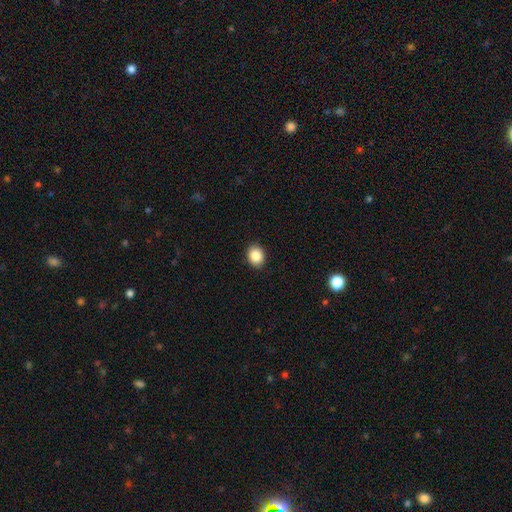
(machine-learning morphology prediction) Smooth or featured? smooth (87%)
How rounded? round (53%)
Merging? none (91%)